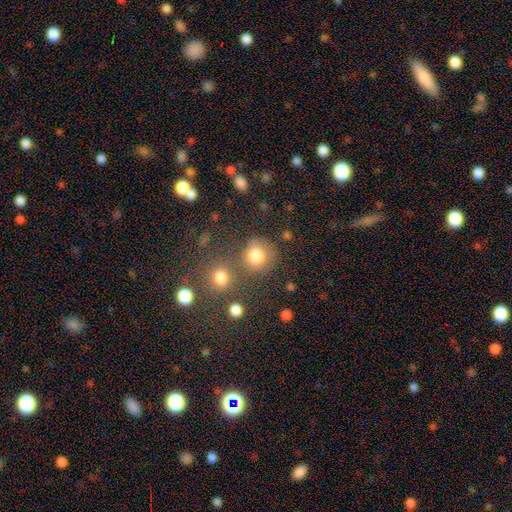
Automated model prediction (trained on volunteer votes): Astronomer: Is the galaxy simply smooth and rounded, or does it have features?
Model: smooth — 79%.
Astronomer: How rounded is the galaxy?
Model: round — 88%.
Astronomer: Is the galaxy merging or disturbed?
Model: none — 62%.